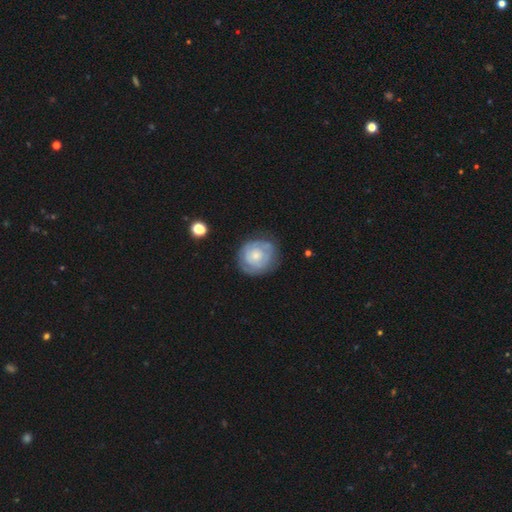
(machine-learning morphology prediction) A featured or disk galaxy (58%) with no bar (84%), spiral arms (65%) and a small central bulge (53%).

Vote fractions:
- Smooth or featured? featured or disk: 58% / smooth: 36% / star or artifact: 6%
- Edge-on disk? no: 98% / yes: 2%
- Bar? no: 84% / weak: 14% / strong: 2%
- Spiral arms? yes: 65% / no: 35%
- Bulge size? small: 53% / moderate: 36% / large: 5% / none: 5% / dominant: 1%
- Merging? none: 71% / minor disturbance: 20% / major disturbance: 8% / merger: 2%